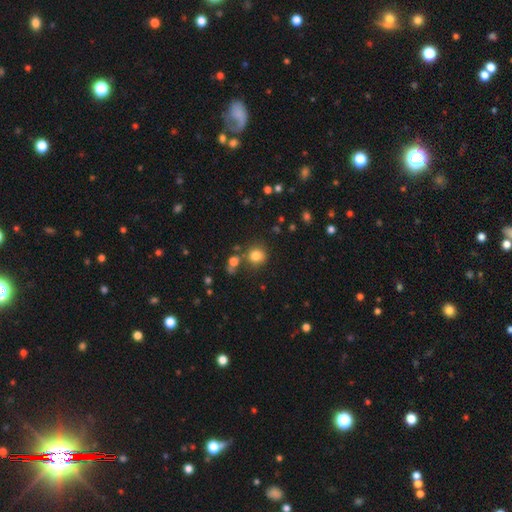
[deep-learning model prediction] smooth_or_featured: smooth (p=0.81) [alt: star or artifact p=0.12]
how_rounded: round (p=0.85) [alt: in between p=0.14]
merging: none (p=0.70) [alt: merger p=0.13]